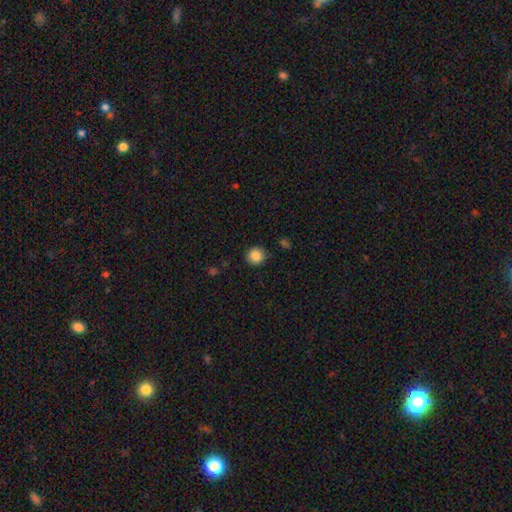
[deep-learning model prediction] This appears to be a smooth galaxy with no disk features (86%) that is round (92%). Merging: none (88%).